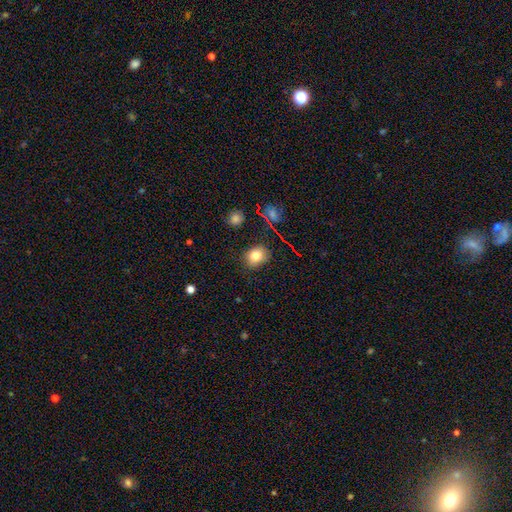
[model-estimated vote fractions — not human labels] The model was most divided on "how rounded": in between: 51%, round: 47%, cigar-shaped: 1%. More confident: merging — none (80%); smooth or featured — smooth (78%).